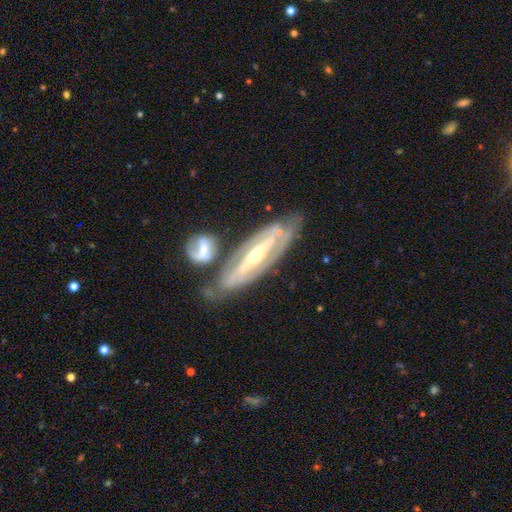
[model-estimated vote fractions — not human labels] The model was most divided on "bulge size": moderate: 49%, small: 46%, large: 2%, none: 1%, dominant: 1%. More confident: smooth or featured — featured or disk (86%); spiral arms — yes (85%); edge-on disk — no (79%); spiral arm count — 2 (67%); merging — none (64%); spiral winding — tight (57%); bar — strong (57%).